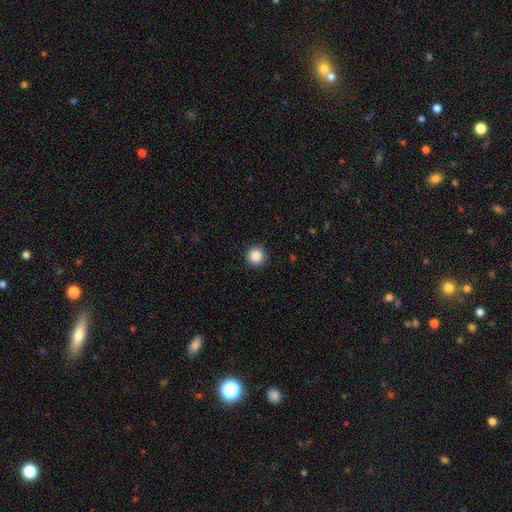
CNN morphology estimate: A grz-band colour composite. It shows a smooth galaxy with no disk features (87%) that is round (96%). Merging: none (92%).